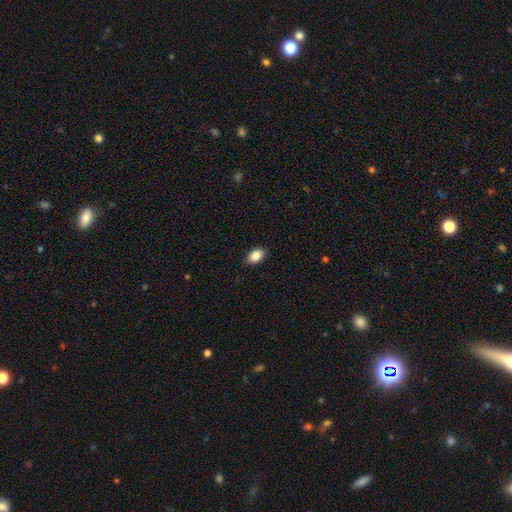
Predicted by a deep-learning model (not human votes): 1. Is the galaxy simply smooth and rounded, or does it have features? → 87% smooth, 8% star or artifact, 5% featured or disk.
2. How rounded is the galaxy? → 87% in between, 11% round, 1% cigar-shaped.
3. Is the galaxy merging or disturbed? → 88% none, 9% minor disturbance, 2% major disturbance, 1% merger.